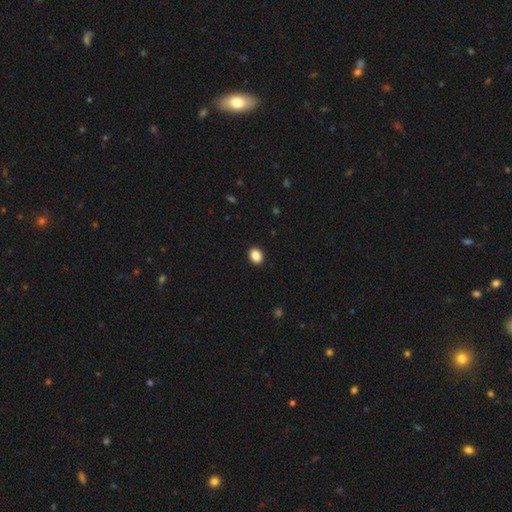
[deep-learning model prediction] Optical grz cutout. It shows a smooth galaxy with no disk features (88%) that is in between round and cigar-shaped (53%). Merging: none (92%).